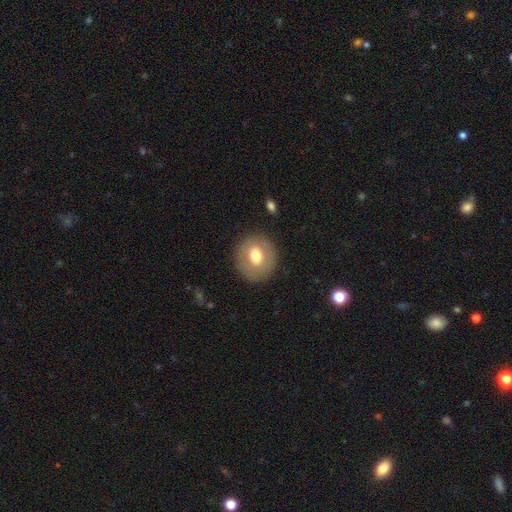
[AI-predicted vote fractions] smooth-or-featured: smooth: 63% | featured or disk: 29% | star or artifact: 8%
  how-rounded: round: 78% | in between: 21% | cigar-shaped: 1%
  merging: none: 86% | minor disturbance: 9% | major disturbance: 4% | merger: 1%